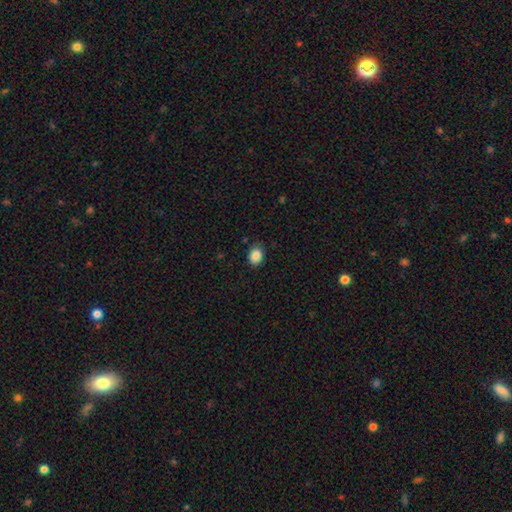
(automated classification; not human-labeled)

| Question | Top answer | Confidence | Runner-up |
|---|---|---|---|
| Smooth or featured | smooth | 87% | star or artifact (9%) |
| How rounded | in between | 56% | round (43%) |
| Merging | none | 83% | minor disturbance (13%) |